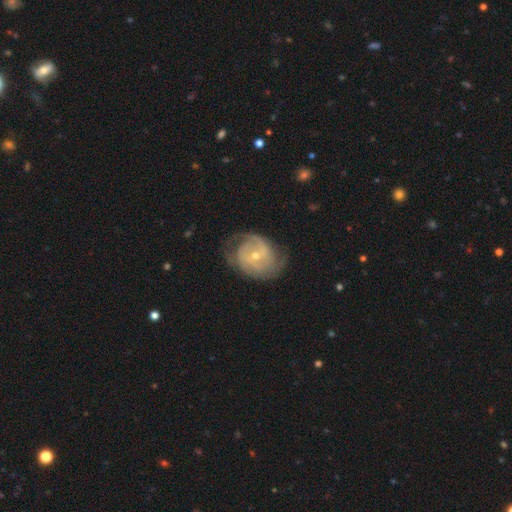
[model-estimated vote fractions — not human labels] This is clearly a featured or disk galaxy (82%). It is clearly not viewed edge-on (97%). Bar: possibly no (54%). Spiral arm pattern: clearly yes (92%). Spiral arm count: possibly 2 (51%). Spiral winding: possibly tight (47%). Central bulge: possibly small (59%). Merging: likely none (62%).